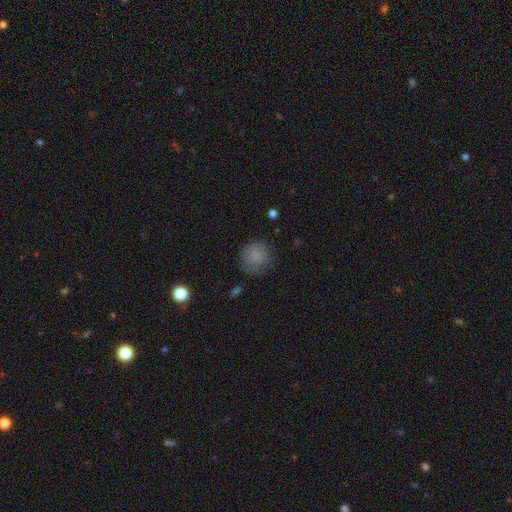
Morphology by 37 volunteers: A smooth galaxy with no disk features (84%) that is round (97%). Merging: none (74%).